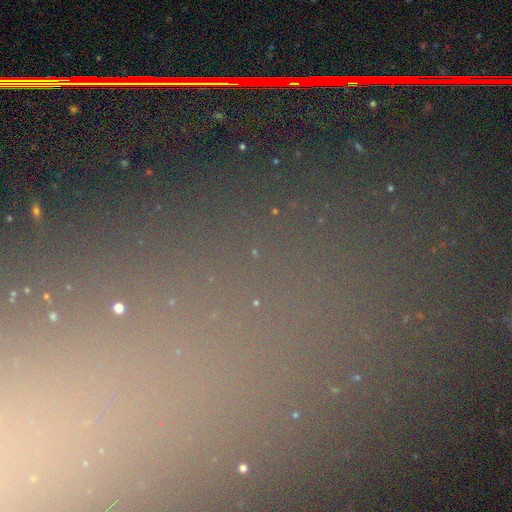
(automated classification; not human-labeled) A star or artifact, not a galaxy (77%).

Vote fractions:
- Smooth or featured? star or artifact: 77% / smooth: 13% / featured or disk: 10%